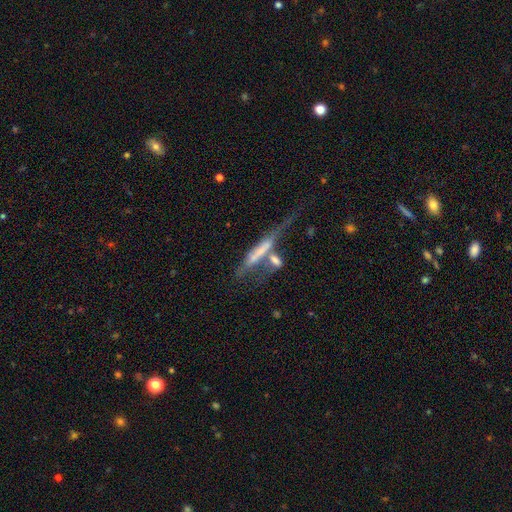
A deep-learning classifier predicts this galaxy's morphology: A featured or disk galaxy (46%). Merging: merger (48%).